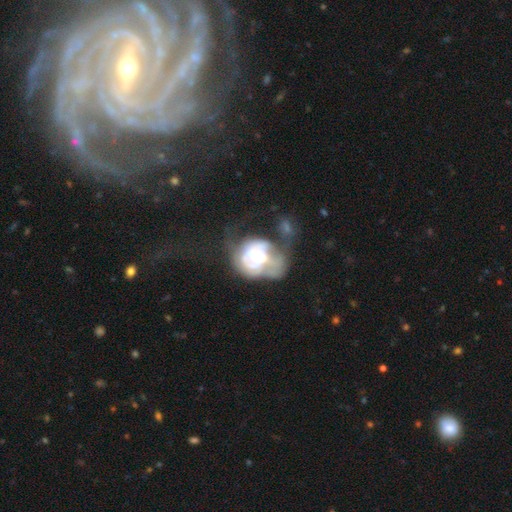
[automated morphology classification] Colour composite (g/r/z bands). It shows a featured or disk galaxy (66%) with no bar (75%), no spiral arms (69%) and a moderate central bulge (58%). Merging: merger (45%).